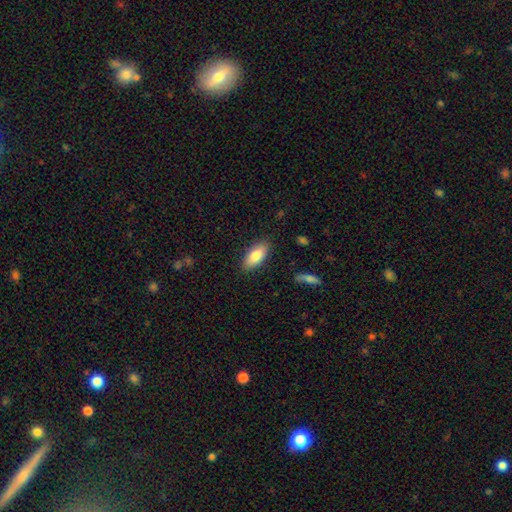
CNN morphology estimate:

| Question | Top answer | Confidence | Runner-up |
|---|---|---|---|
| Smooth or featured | smooth | 82% | featured or disk (12%) |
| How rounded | in between | 86% | cigar-shaped (12%) |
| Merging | none | 86% | minor disturbance (11%) |